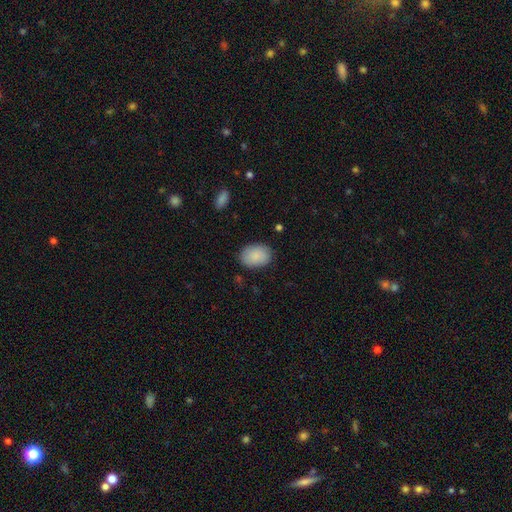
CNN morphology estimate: Smooth or featured? smooth (87%)
How rounded? in between (79%)
Merging? none (82%)